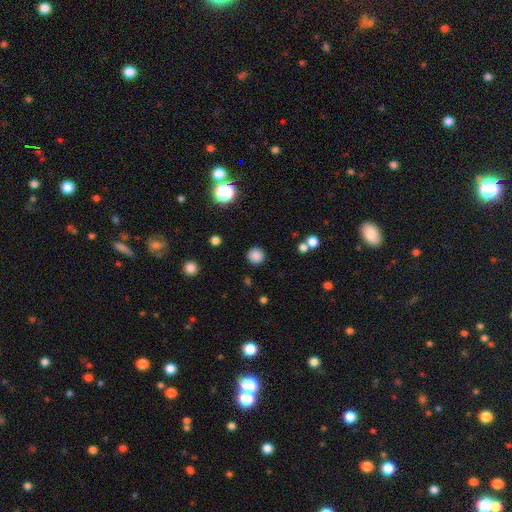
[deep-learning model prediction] Q: Smooth or featured?
A: smooth (84%); runner-up: star or artifact (12%)
Q: How rounded?
A: round (93%); runner-up: in between (6%)
Q: Merging?
A: none (89%); runner-up: minor disturbance (7%)